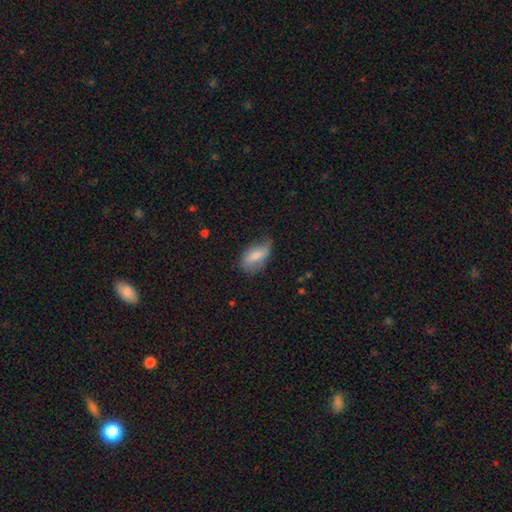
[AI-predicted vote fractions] smooth 70%, featured or disk 23%, star or artifact 7%. Down the decision tree: how rounded — in between (87%); merging — none (46%).